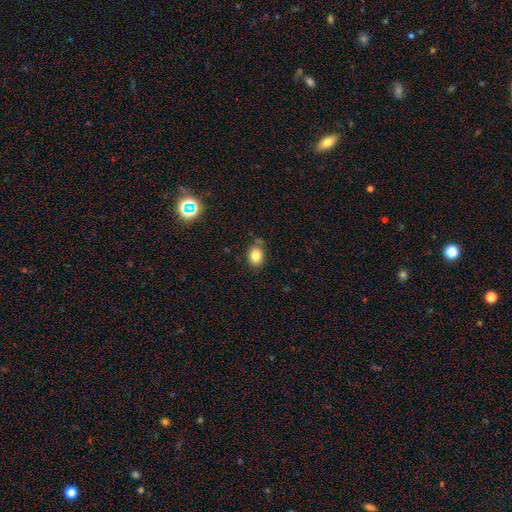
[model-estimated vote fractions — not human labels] A smooth galaxy with no disk features (82%) that is in between round and cigar-shaped (61%).

Vote fractions:
- Smooth or featured? smooth: 82% / star or artifact: 10% / featured or disk: 7%
- How rounded? in between: 61% / round: 38% / cigar-shaped: 1%
- Merging? none: 75% / minor disturbance: 17% / merger: 4% / major disturbance: 4%